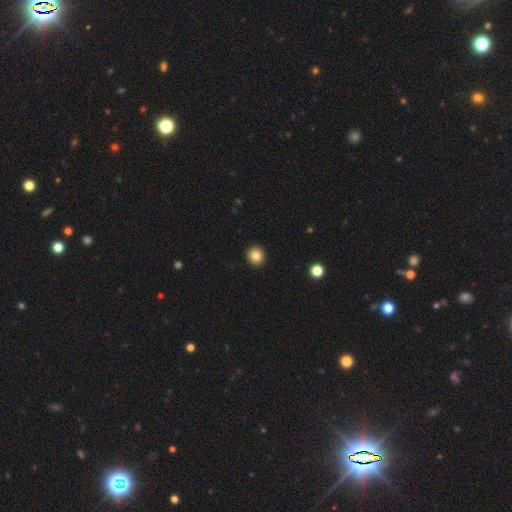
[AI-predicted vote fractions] This is clearly a smooth galaxy (84%). How rounded: clearly round (90%). Merging: clearly none (93%).